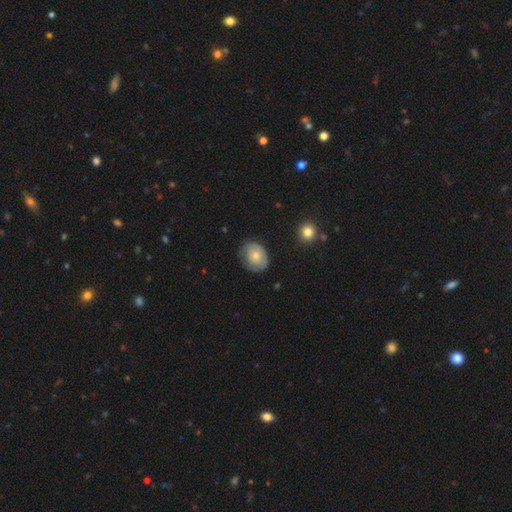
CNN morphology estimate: The model was most divided on "how rounded": in between: 61%, round: 38%, cigar-shaped: 1%. More confident: smooth or featured — smooth (67%); merging — none (66%).